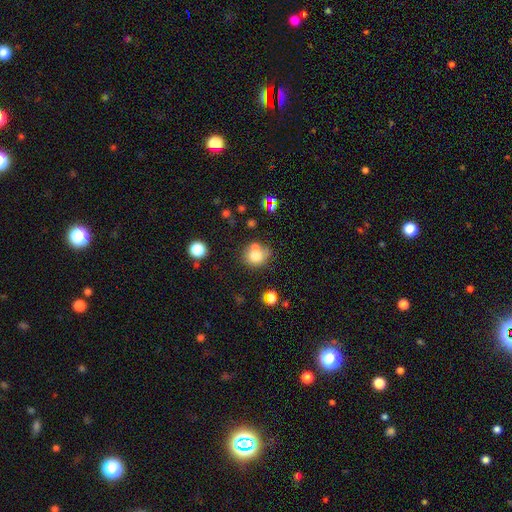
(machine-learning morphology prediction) smooth-or-featured: smooth: 76% | star or artifact: 13% | featured or disk: 12%
  how-rounded: round: 78% | in between: 21% | cigar-shaped: 1%
  merging: none: 56% | merger: 23% | minor disturbance: 16% | major disturbance: 6%